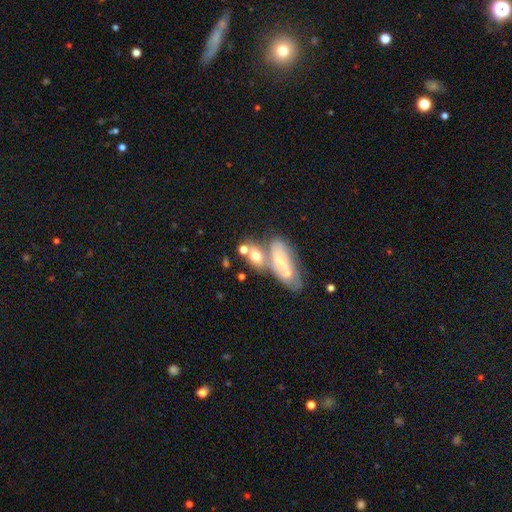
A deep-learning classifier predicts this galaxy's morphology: smooth_or_featured: smooth (p=0.62) [alt: featured or disk p=0.27]
how_rounded: in between (p=0.70) [alt: round p=0.21]
merging: merger (p=0.50) [alt: none p=0.32]